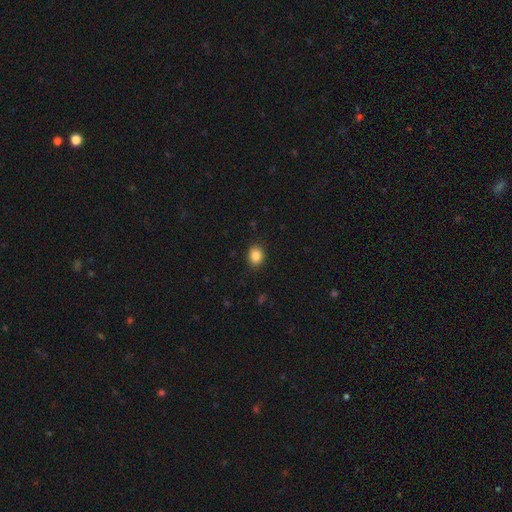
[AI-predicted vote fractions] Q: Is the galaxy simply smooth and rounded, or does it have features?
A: smooth — 86%.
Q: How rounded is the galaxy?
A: round — 53%.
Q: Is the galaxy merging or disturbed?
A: none — 88%.